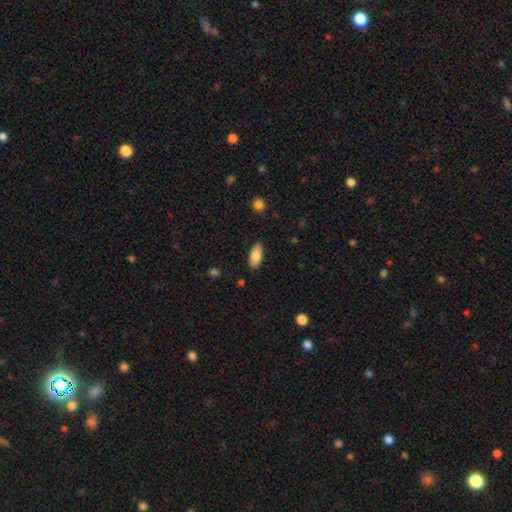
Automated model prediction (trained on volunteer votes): This appears to be a smooth galaxy with no disk features (81%) that is in between round and cigar-shaped (89%). Merging: none (86%).